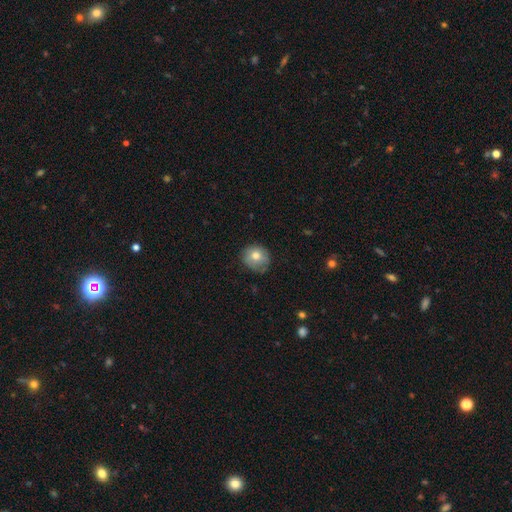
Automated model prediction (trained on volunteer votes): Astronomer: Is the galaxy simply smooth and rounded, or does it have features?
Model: smooth — 74%.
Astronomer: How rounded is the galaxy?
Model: round — 79%.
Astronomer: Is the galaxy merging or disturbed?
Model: none — 70%.